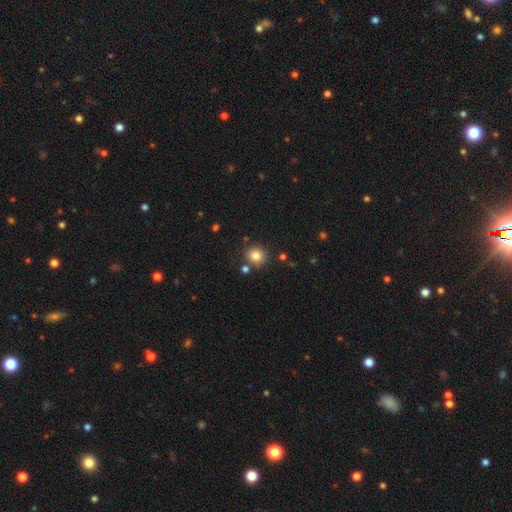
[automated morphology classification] A smooth galaxy with no disk features (82%) that is round (89%). Merging: none (81%).